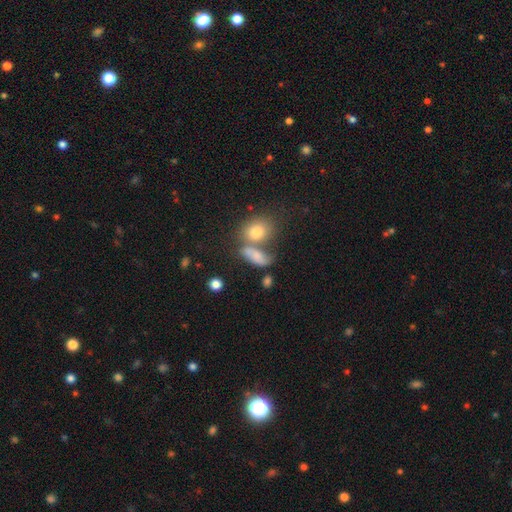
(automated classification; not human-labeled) Smooth or featured? Predicted: smooth (p=0.73). How rounded? Predicted: in between (p=0.72). Merging? Predicted: merger (p=0.37).